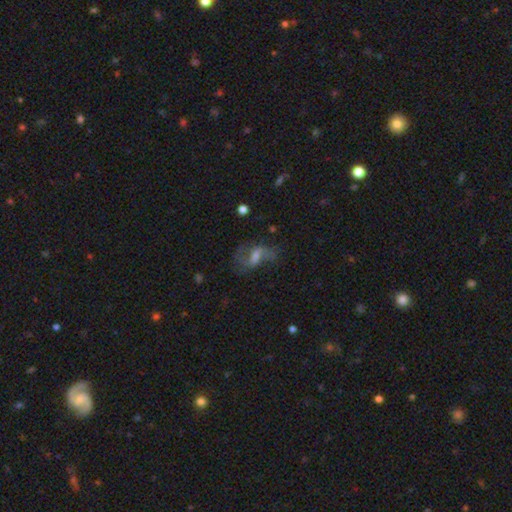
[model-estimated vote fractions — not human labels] This appears to be a featured or disk galaxy (64%) with a weak bar (50%), spiral arms (81%) and a moderate central bulge (39%). Merging: none (56%).